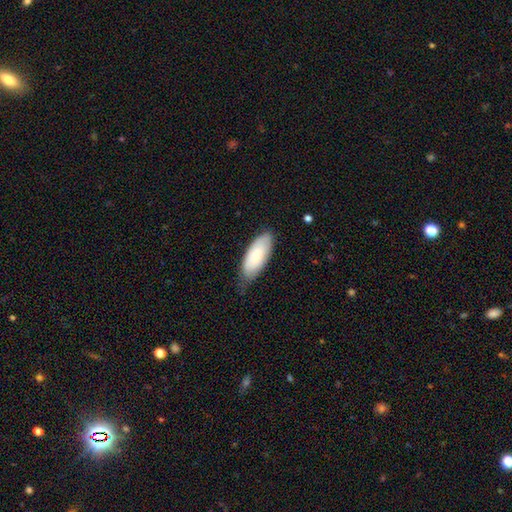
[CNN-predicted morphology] A smooth galaxy with no disk features (79%) that is in between round and cigar-shaped (84%).

Vote fractions:
- Smooth or featured? smooth: 79% / featured or disk: 16% / star or artifact: 6%
- How rounded? in between: 84% / cigar-shaped: 14% / round: 2%
- Merging? none: 67% / minor disturbance: 28% / major disturbance: 5% / merger: 1%